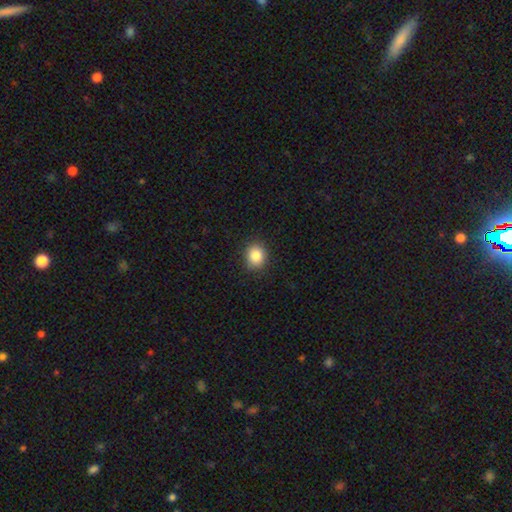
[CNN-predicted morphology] Q: Smooth or featured?
A: smooth (85%); runner-up: star or artifact (10%)
Q: How rounded?
A: round (71%); runner-up: in between (28%)
Q: Merging?
A: none (90%); runner-up: minor disturbance (7%)